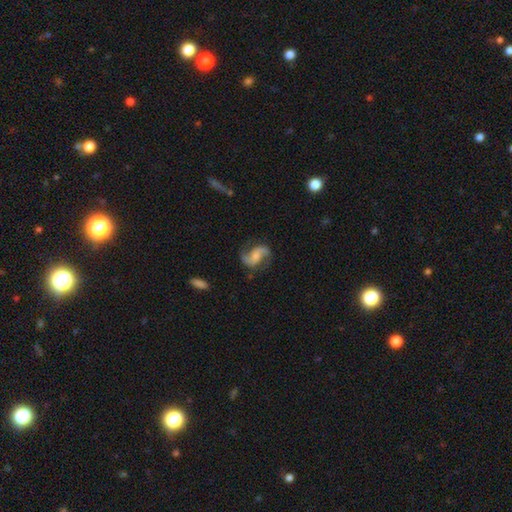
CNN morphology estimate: Overall: featured or disk (85%). Edge-on disk: no (98%). Bar: no (47%; weak 38%). Spiral arms: yes (97%). Spiral arm count: 2 (93%). Spiral winding: medium (45%; loose 44%). Bulge size: small (43%; moderate 33%). Merging: none (76%).